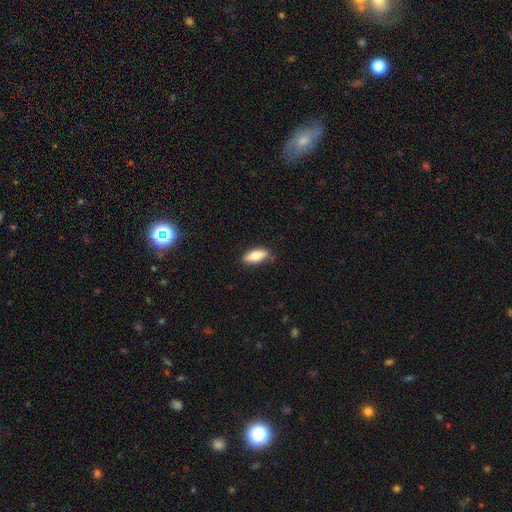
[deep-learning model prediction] A smooth galaxy with no disk features (75%) that is in between round and cigar-shaped (70%).

Vote fractions:
- Smooth or featured? smooth: 75% / featured or disk: 19% / star or artifact: 6%
- How rounded? in between: 70% / cigar-shaped: 28% / round: 2%
- Merging? none: 83% / minor disturbance: 12% / major disturbance: 3% / merger: 2%